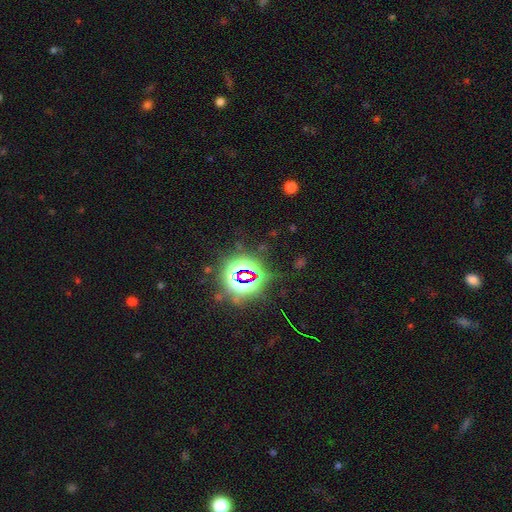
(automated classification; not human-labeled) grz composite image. It shows a star or artifact, not a galaxy (82%).